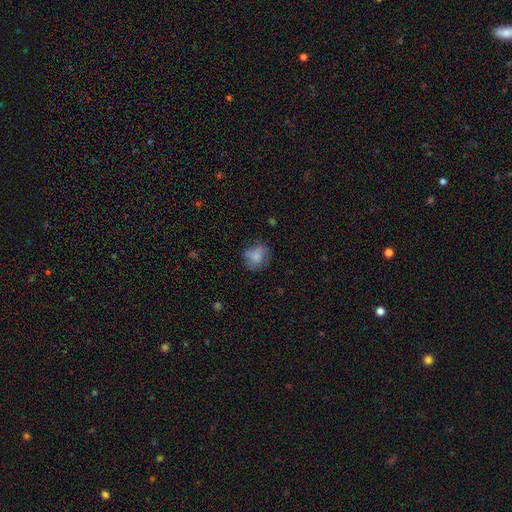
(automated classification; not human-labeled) Smooth or featured?
  - smooth: 72% *
  - featured or disk: 18%
  - star or artifact: 10%
How rounded?
  - round: 64% *
  - in between: 35%
  - cigar-shaped: 1%
Merging?
  - none: 60% *
  - minor disturbance: 26%
  - major disturbance: 12%
  - merger: 3%